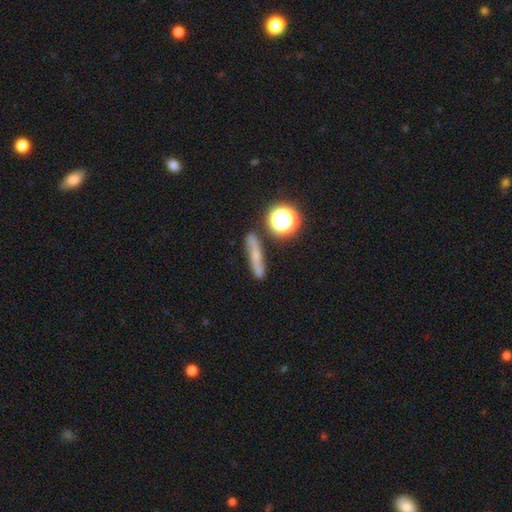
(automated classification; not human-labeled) Smooth or featured?
  - smooth: 47% *
  - featured or disk: 33%
  - star or artifact: 20%
Merging?
  - none: 75% *
  - minor disturbance: 15%
  - merger: 5%
  - major disturbance: 5%